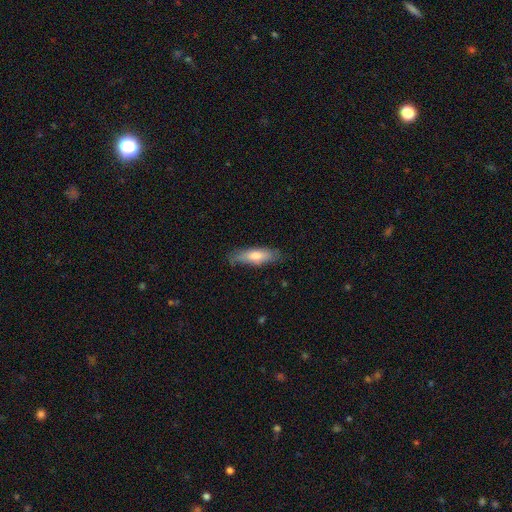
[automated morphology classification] smooth 68%, featured or disk 27%, star or artifact 6%. Down the decision tree: how rounded — cigar-shaped (56%); merging — none (74%).